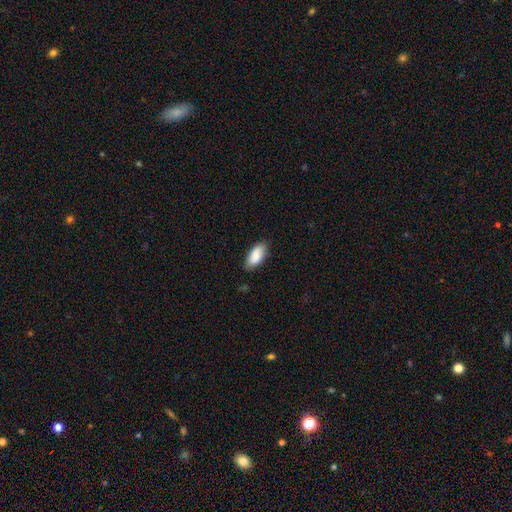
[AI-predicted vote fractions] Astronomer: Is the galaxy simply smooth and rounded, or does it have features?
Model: smooth — 88%.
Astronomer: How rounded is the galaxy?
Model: in between — 89%.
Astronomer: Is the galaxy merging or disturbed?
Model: none — 81%.